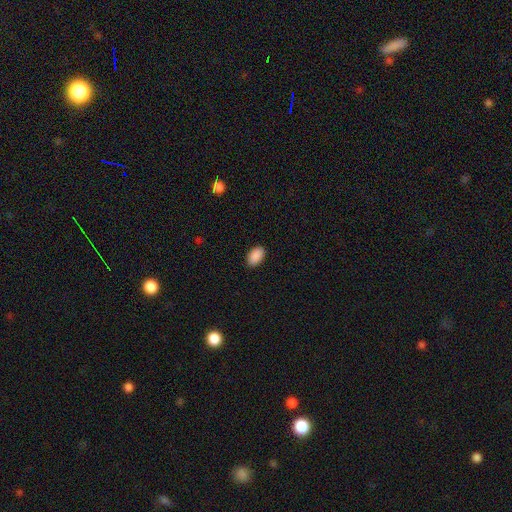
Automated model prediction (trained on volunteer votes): This is clearly a smooth galaxy (90%). How rounded: clearly in between (92%). Merging: clearly none (89%).